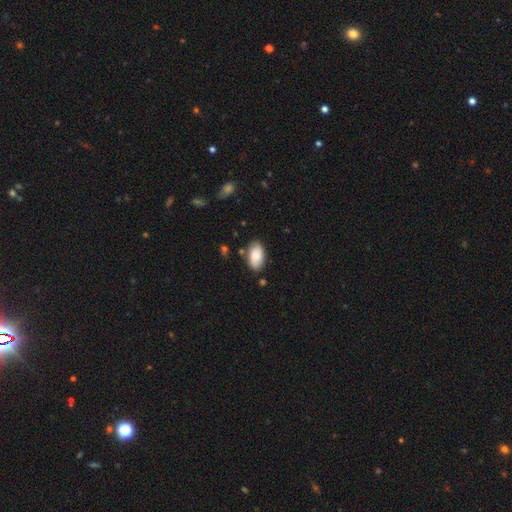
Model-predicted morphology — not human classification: Overall: smooth (77%). How rounded: in between (94%). Merging: none (77%).